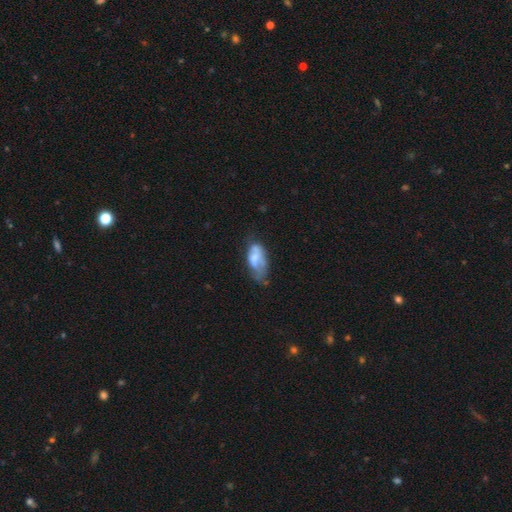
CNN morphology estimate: A smooth galaxy with no disk features (55%) that is in between round and cigar-shaped (89%).

Vote fractions:
- Smooth or featured? smooth: 55% / featured or disk: 37% / star or artifact: 8%
- How rounded? in between: 89% / cigar-shaped: 8% / round: 3%
- Merging? minor disturbance: 34% / none: 32% / major disturbance: 26% / merger: 9%